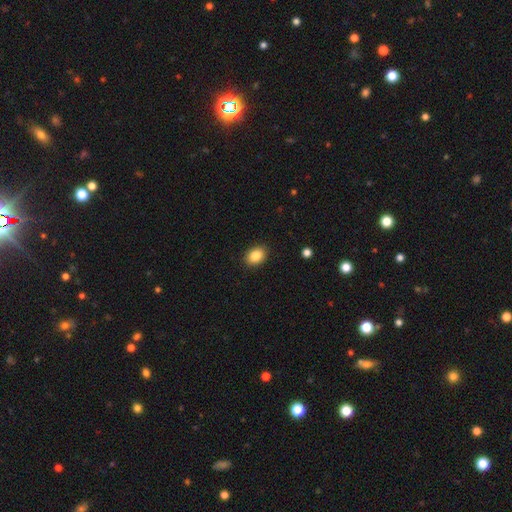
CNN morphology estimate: type=smooth (86%); roundness=in between (66%); merging=none (90%).